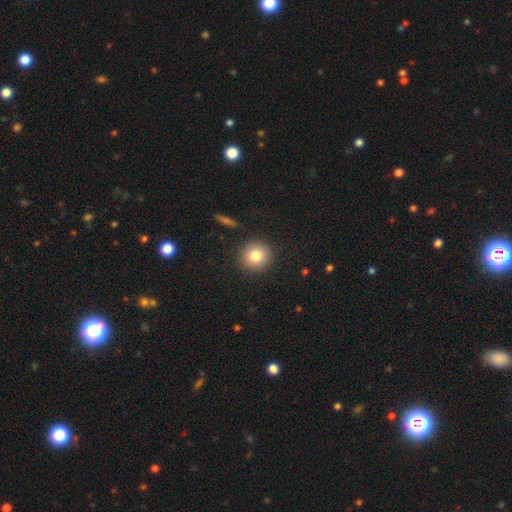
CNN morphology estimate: smooth-or-featured: smooth: 82% | star or artifact: 10% | featured or disk: 9%
  how-rounded: round: 89% | in between: 10% | cigar-shaped: 1%
  merging: none: 90% | minor disturbance: 6% | major disturbance: 2% | merger: 1%